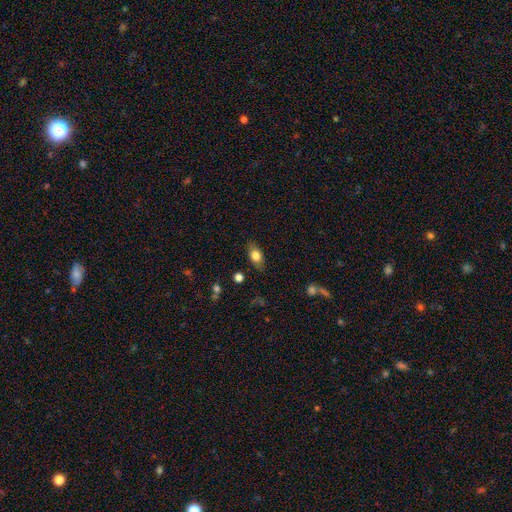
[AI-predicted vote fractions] Morphology: type=smooth (79%); roundness=in between (82%); merging=none (82%).